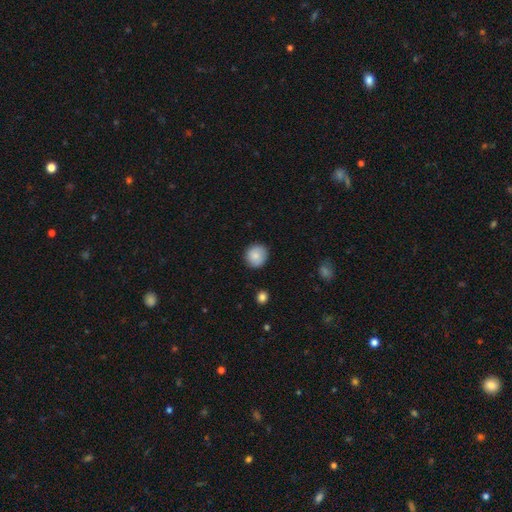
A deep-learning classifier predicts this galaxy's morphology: Smooth or featured?
  - smooth: 84% *
  - featured or disk: 8%
  - star or artifact: 7%
How rounded?
  - round: 90% *
  - in between: 9%
  - cigar-shaped: 1%
Merging?
  - none: 87% *
  - minor disturbance: 10%
  - major disturbance: 2%
  - merger: 1%